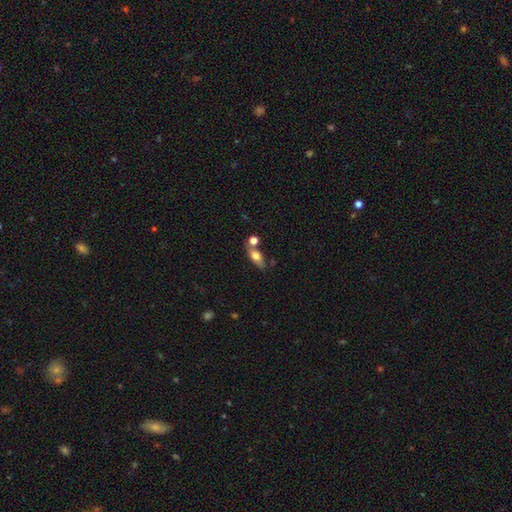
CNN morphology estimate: smooth_or_featured: smooth (p=0.64) [alt: featured or disk p=0.28]
how_rounded: in between (p=0.75) [alt: cigar-shaped p=0.17]
merging: none (p=0.60) [alt: merger p=0.21]